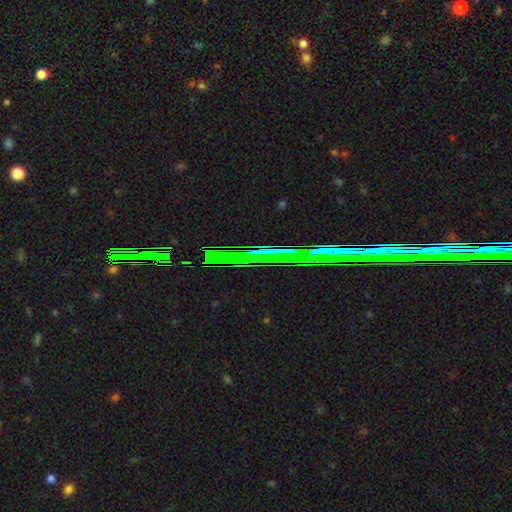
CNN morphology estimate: Overall: star or artifact (85%).